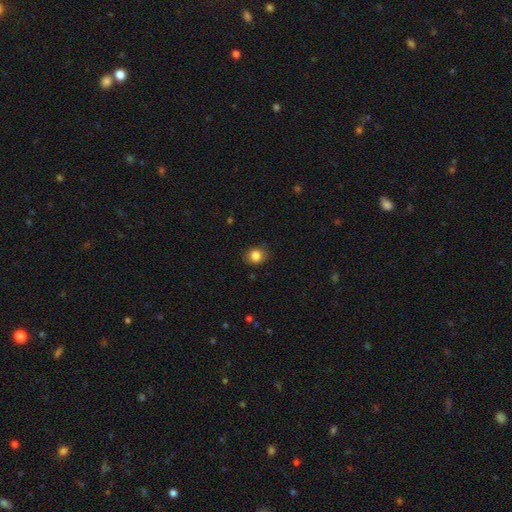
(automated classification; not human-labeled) This appears to be a smooth galaxy with no disk features (84%) that is round (66%). Merging: none (81%).